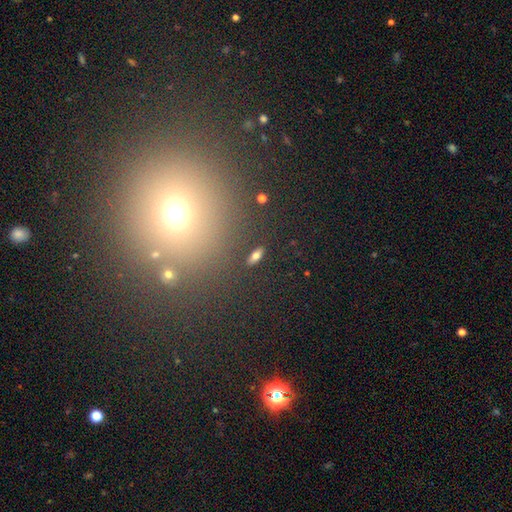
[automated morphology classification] A smooth galaxy with no disk features (71%) that is in between round and cigar-shaped (74%). Merging: none (88%).